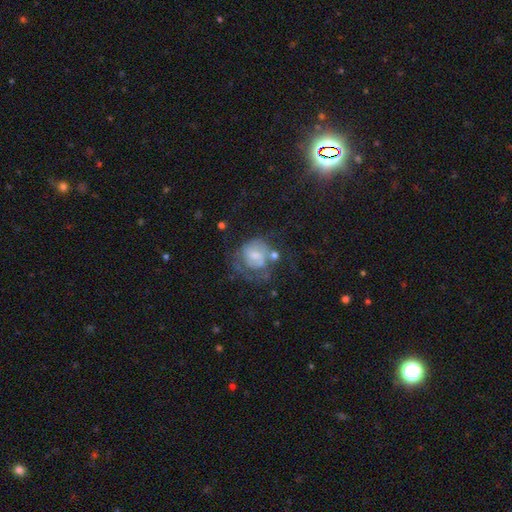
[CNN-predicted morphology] featured or disk 49%, smooth 41%, star or artifact 10%. Down the decision tree: merging — none (34%).